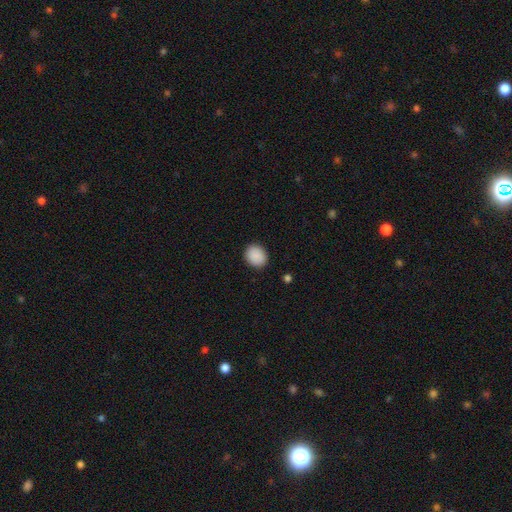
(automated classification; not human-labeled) The model was most divided on "how rounded": round: 64%, in between: 35%, cigar-shaped: 1%. More confident: smooth or featured — smooth (90%); merging — none (90%).